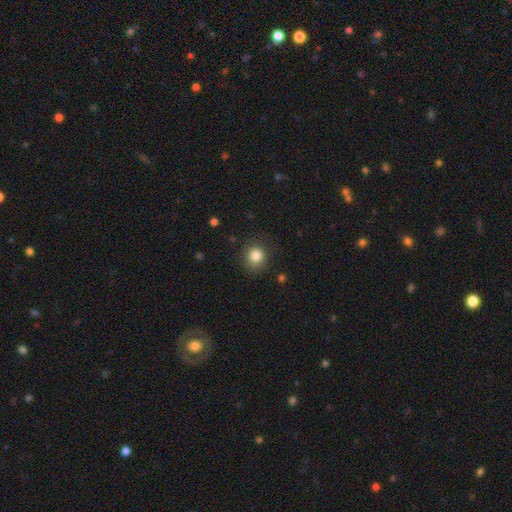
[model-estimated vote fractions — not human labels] smooth 84%, star or artifact 10%, featured or disk 5%. Down the decision tree: how rounded — round (84%); merging — none (83%).